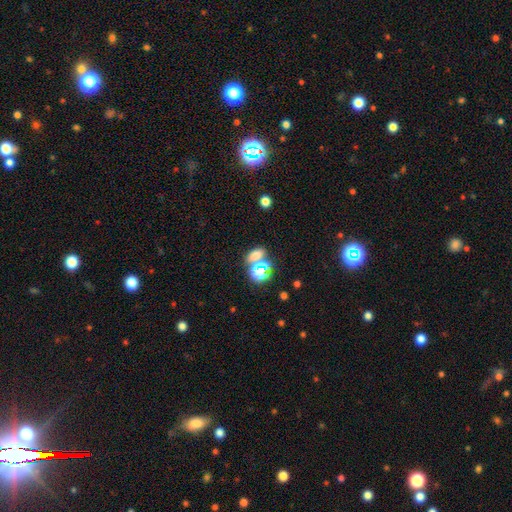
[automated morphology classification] A smooth galaxy with no disk features (64%) that is in between round and cigar-shaped (68%).

Vote fractions:
- Smooth or featured? smooth: 64% / star or artifact: 26% / featured or disk: 10%
- How rounded? in between: 68% / round: 28% / cigar-shaped: 3%
- Merging? none: 57% / merger: 29% / minor disturbance: 9% / major disturbance: 5%